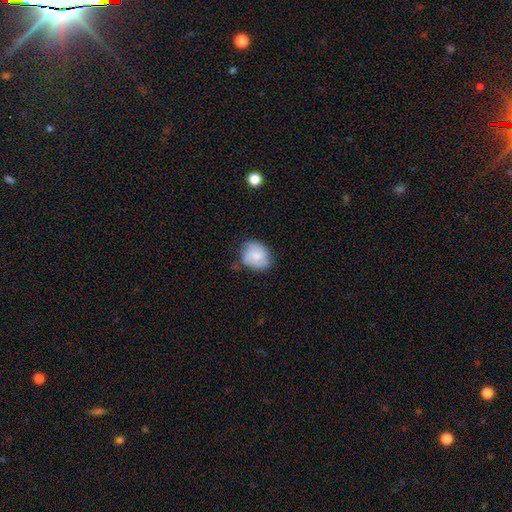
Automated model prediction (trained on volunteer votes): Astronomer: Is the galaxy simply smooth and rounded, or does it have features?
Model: smooth — 74%.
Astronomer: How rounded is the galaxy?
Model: round — 57% (runner-up: in between, 42%).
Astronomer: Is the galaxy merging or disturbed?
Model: none — 61%.